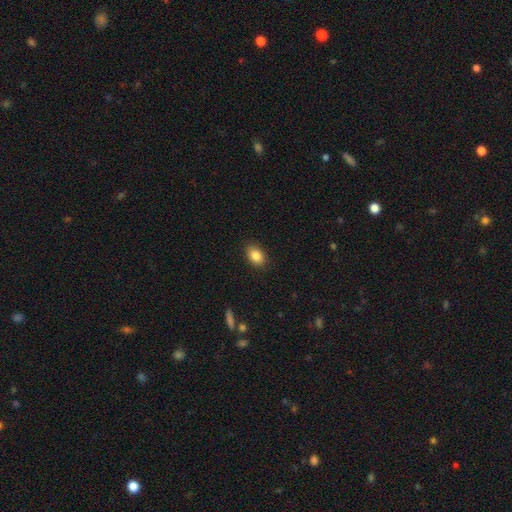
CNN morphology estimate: A smooth galaxy with no disk features (86%) that is in between round and cigar-shaped (82%). Merging: none (88%).